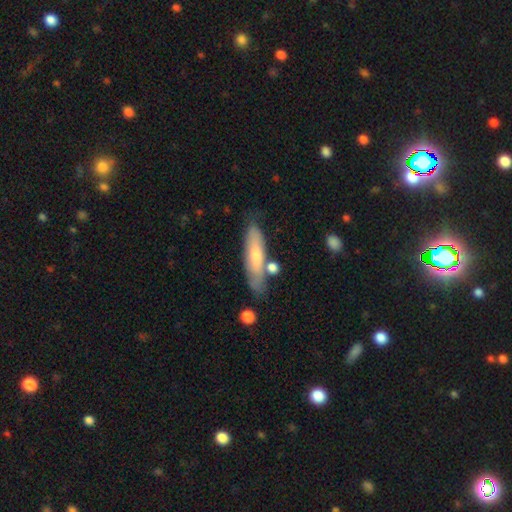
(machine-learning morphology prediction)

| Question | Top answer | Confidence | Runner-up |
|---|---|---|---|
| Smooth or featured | smooth | 59% | featured or disk (35%) |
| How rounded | cigar-shaped | 64% | in between (34%) |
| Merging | none | 68% | minor disturbance (19%) |